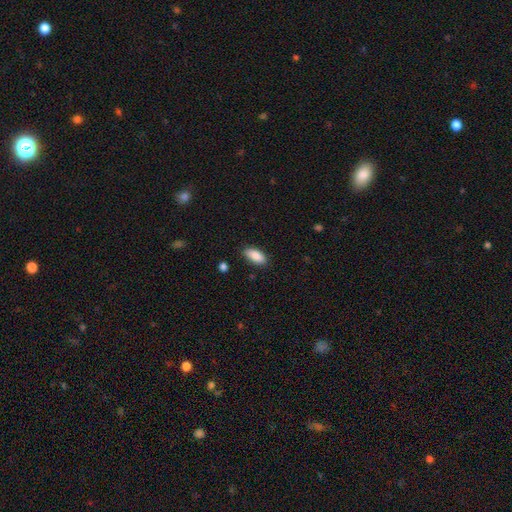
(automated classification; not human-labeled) Overall: smooth (87%). How rounded: in between (87%). Merging: none (84%).